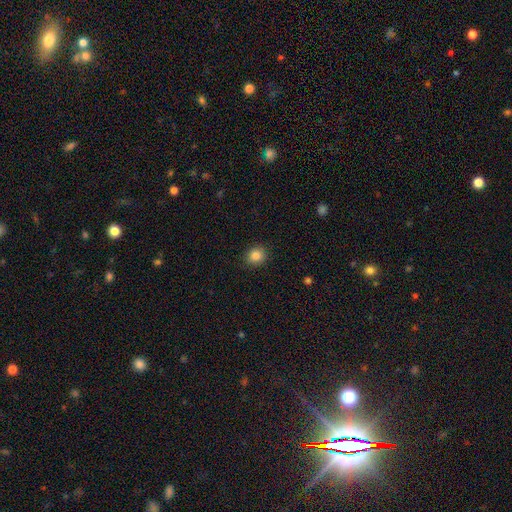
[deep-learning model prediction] Smooth or featured?
  - smooth: 84% *
  - star or artifact: 10%
  - featured or disk: 5%
How rounded?
  - round: 78% *
  - in between: 21%
  - cigar-shaped: 1%
Merging?
  - none: 90% *
  - minor disturbance: 7%
  - major disturbance: 2%
  - merger: 1%